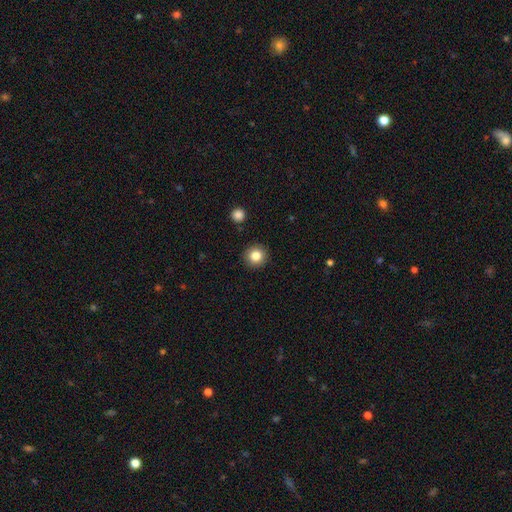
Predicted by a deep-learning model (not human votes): Smooth or featured?
  - smooth: 83% *
  - star or artifact: 10%
  - featured or disk: 7%
How rounded?
  - round: 93% *
  - in between: 6%
  - cigar-shaped: 1%
Merging?
  - none: 91% *
  - minor disturbance: 6%
  - major disturbance: 2%
  - merger: 1%